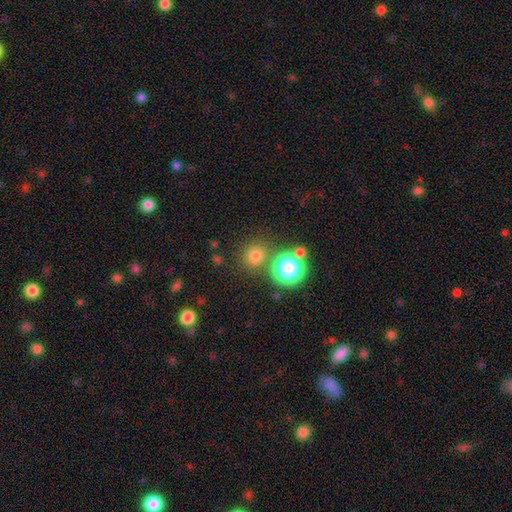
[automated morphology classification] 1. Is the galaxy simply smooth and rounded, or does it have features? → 71% smooth, 23% star or artifact, 6% featured or disk.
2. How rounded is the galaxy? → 88% round, 11% in between, 1% cigar-shaped.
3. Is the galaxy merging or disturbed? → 79% none, 10% merger, 8% minor disturbance, 3% major disturbance.